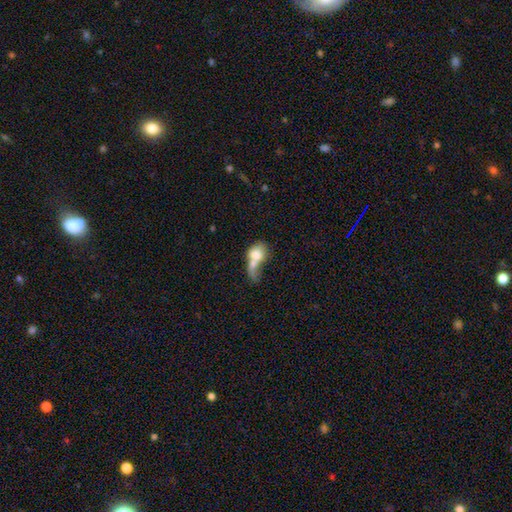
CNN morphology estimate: Smooth or featured? Predicted: smooth (p=0.66). How rounded? Predicted: in between (p=0.63). Merging? Predicted: merger (p=0.61).